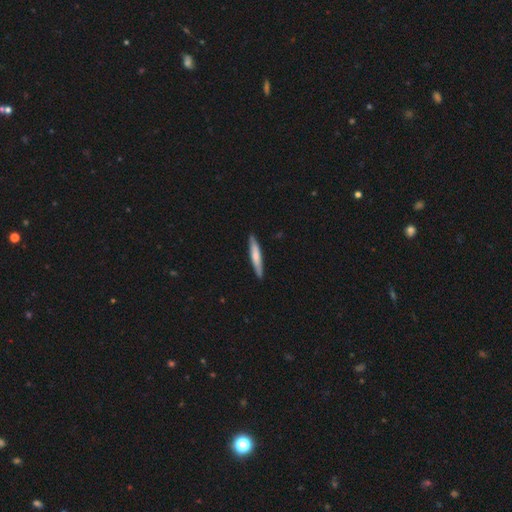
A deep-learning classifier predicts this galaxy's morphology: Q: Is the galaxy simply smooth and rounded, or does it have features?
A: smooth — 67%.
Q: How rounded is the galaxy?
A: cigar-shaped — 92%.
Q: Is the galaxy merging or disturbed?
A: none — 89%.